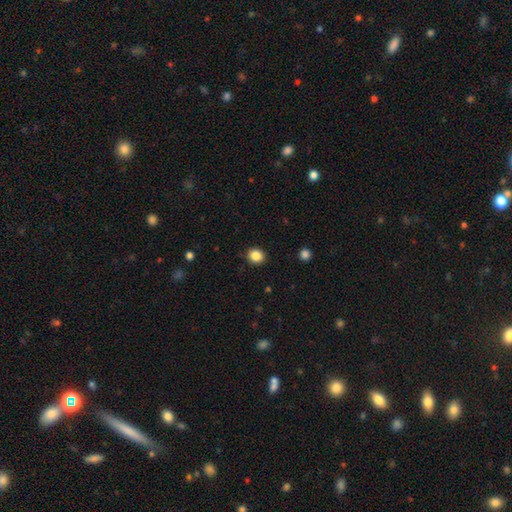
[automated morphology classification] smooth_or_featured: smooth (p=0.86) [alt: star or artifact p=0.10]
how_rounded: round (p=0.77) [alt: in between p=0.22]
merging: none (p=0.90) [alt: minor disturbance p=0.07]